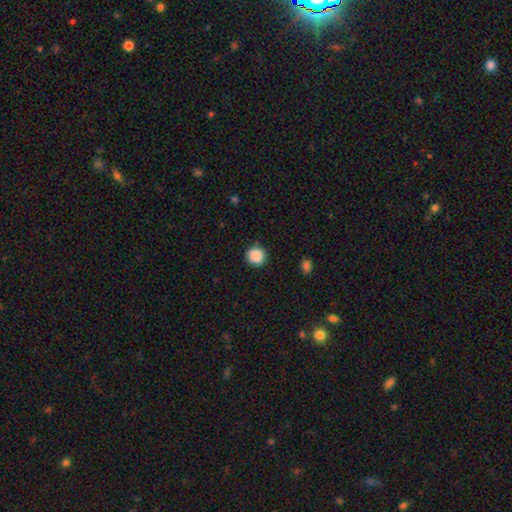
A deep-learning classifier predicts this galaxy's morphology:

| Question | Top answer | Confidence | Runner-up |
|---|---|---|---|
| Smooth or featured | smooth | 88% | star or artifact (9%) |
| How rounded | round | 93% | in between (6%) |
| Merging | none | 89% | minor disturbance (8%) |